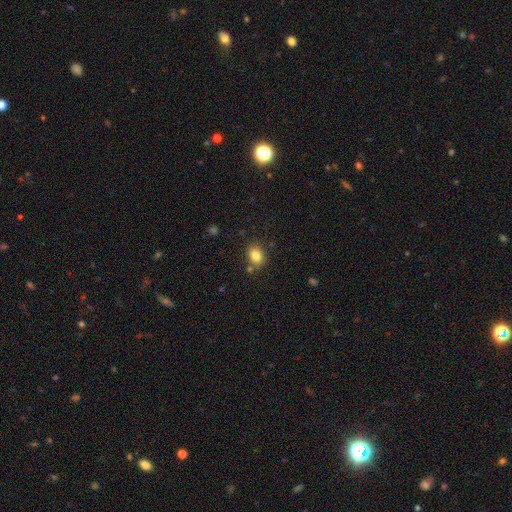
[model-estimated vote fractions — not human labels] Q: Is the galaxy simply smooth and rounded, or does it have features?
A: smooth — 82%.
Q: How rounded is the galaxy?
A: in between — 54%.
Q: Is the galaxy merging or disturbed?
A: none — 77%.